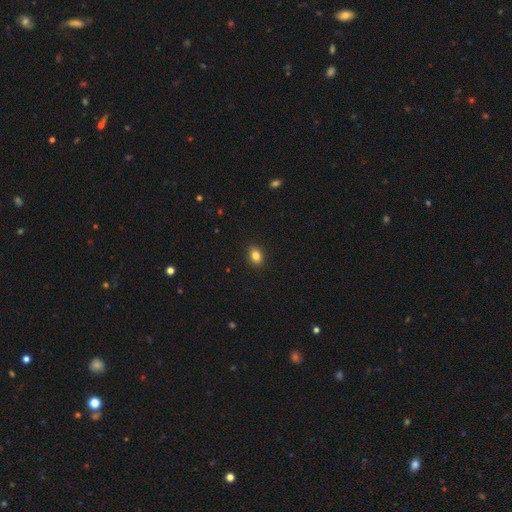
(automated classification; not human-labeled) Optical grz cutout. It shows a smooth galaxy with no disk features (84%) that is in between round and cigar-shaped (67%). Merging: none (91%).